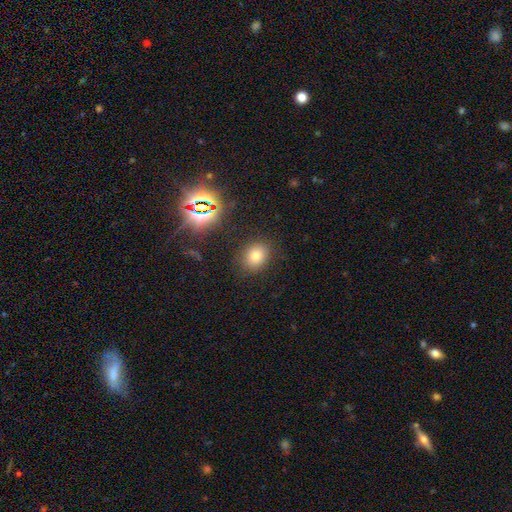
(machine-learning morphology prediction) Overall: smooth (74%). How rounded: round (56%; in between 43%). Merging: none (85%).